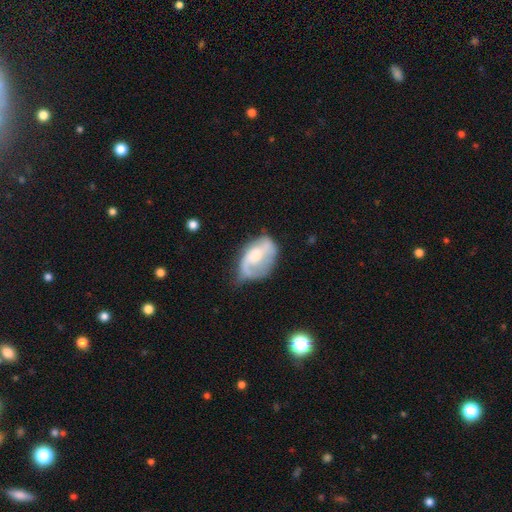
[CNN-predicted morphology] Smooth or featured? featured or disk (65%)
Edge-on disk? no (97%)
Bar? no (57%)
Spiral arms? yes (79%)
Bulge size? moderate (43%)
Merging? none (42%)